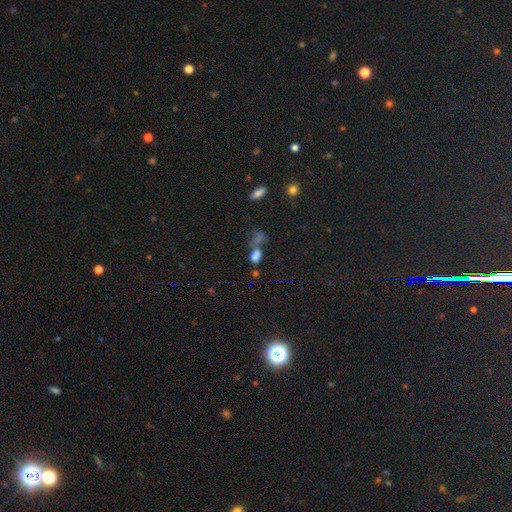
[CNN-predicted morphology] smooth 68%, star or artifact 21%, featured or disk 11%. Down the decision tree: how rounded — in between (77%); merging — merger (51%).